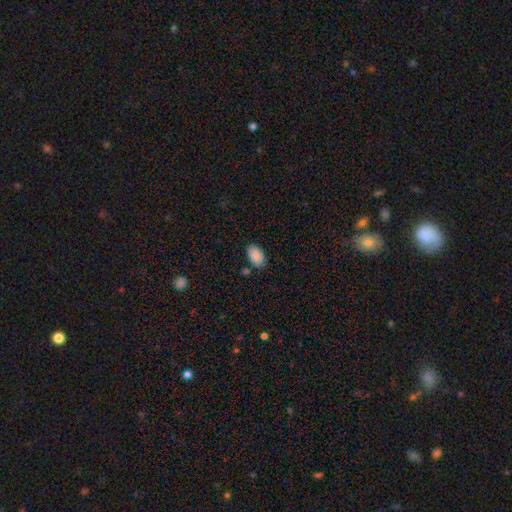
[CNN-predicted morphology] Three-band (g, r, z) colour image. It shows a smooth galaxy with no disk features (90%) that is in between round and cigar-shaped (94%). Merging: none (82%).